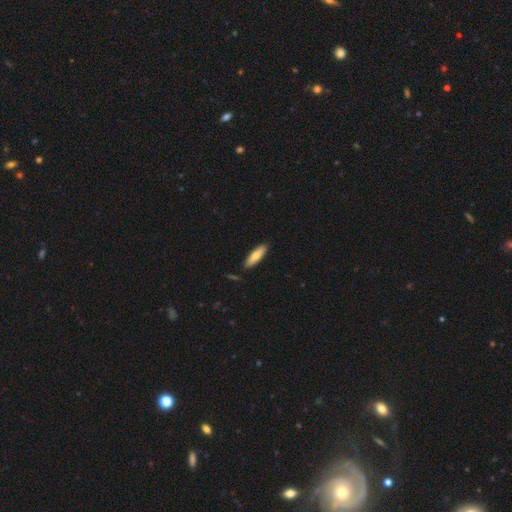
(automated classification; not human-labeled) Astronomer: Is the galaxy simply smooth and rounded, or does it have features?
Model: smooth — 71%.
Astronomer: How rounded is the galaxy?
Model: cigar-shaped — 62%.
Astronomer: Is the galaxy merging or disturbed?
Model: none — 88%.